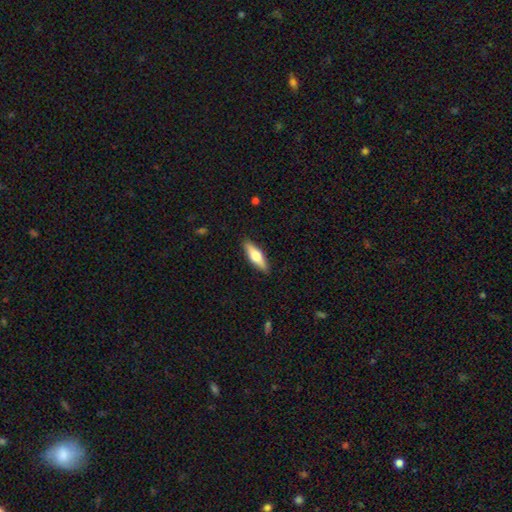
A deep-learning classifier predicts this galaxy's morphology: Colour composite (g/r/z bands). It shows a smooth galaxy with no disk features (53%) that is cigar-shaped (54%). Merging: none (89%).